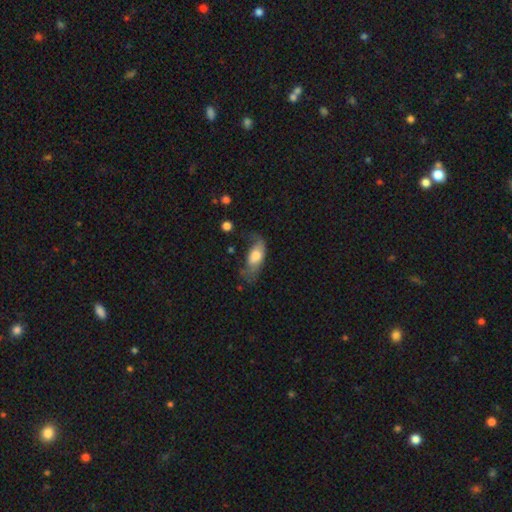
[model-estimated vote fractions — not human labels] Q: Smooth or featured?
A: smooth (61%); runner-up: featured or disk (33%)
Q: How rounded?
A: in between (84%); runner-up: cigar-shaped (12%)
Q: Merging?
A: none (33%); runner-up: minor disturbance (32%)